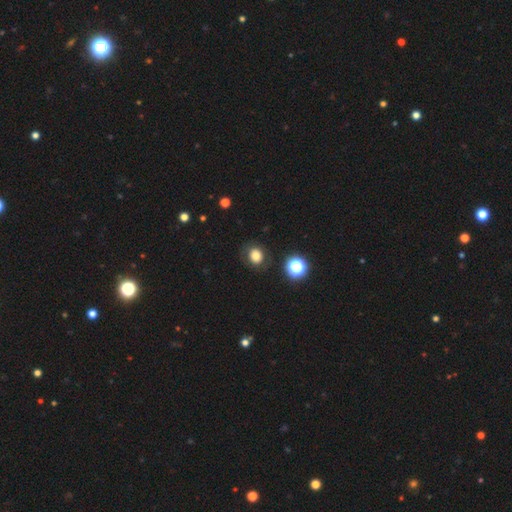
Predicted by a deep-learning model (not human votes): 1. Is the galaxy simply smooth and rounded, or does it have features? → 75% smooth, 14% star or artifact, 11% featured or disk.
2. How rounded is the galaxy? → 68% round, 31% in between, 1% cigar-shaped.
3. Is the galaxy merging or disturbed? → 80% none, 12% minor disturbance, 5% major disturbance, 2% merger.